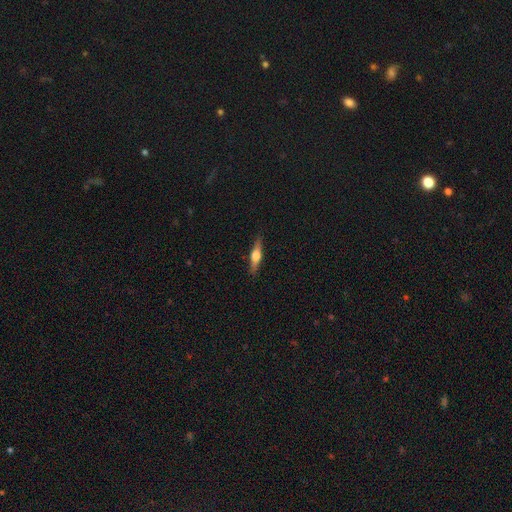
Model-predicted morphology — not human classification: This is likely a featured or disk galaxy (62%). It is clearly viewed edge-on (96%). Edge-on bulge: clearly rounded (94%). Merging: clearly none (89%).